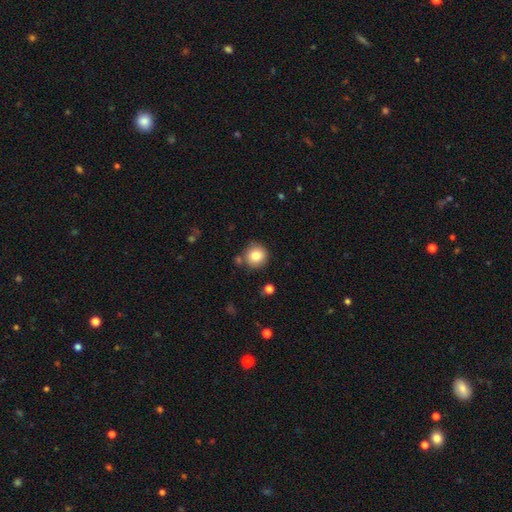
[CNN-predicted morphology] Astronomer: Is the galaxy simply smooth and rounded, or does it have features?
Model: smooth — 82%.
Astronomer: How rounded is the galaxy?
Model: round — 92%.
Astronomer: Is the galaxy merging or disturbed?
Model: none — 80%.